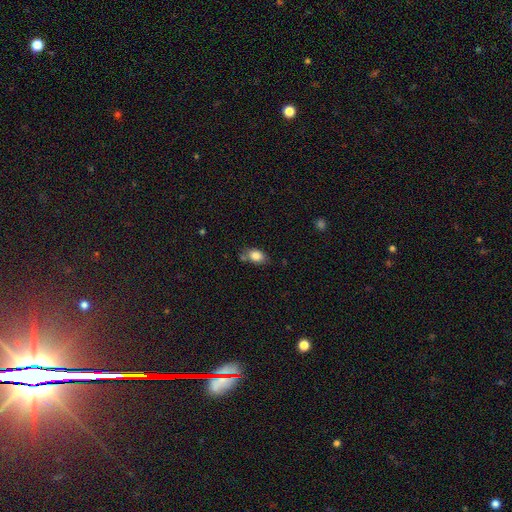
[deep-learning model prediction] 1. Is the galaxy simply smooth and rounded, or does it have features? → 84% smooth, 9% star or artifact, 7% featured or disk.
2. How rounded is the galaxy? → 79% in between, 19% round, 2% cigar-shaped.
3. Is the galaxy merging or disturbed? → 63% none, 20% minor disturbance, 13% merger, 5% major disturbance.